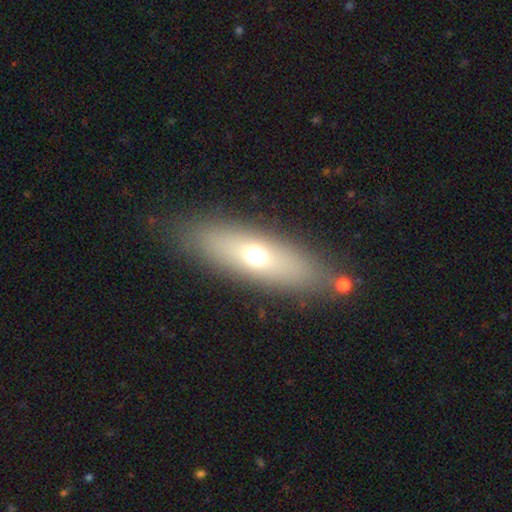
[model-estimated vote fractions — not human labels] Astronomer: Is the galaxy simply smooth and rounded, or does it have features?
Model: smooth — 60%.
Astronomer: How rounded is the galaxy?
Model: in between — 51% (runner-up: cigar-shaped, 45%).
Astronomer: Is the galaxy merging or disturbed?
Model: none — 83%.